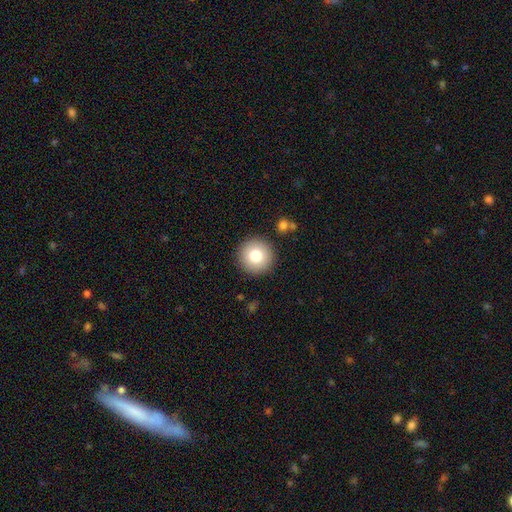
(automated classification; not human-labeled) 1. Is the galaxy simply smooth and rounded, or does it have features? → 79% smooth, 12% featured or disk, 10% star or artifact.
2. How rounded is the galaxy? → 96% round, 3% in between, 1% cigar-shaped.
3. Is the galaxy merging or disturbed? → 90% none, 6% minor disturbance, 2% major disturbance, 2% merger.